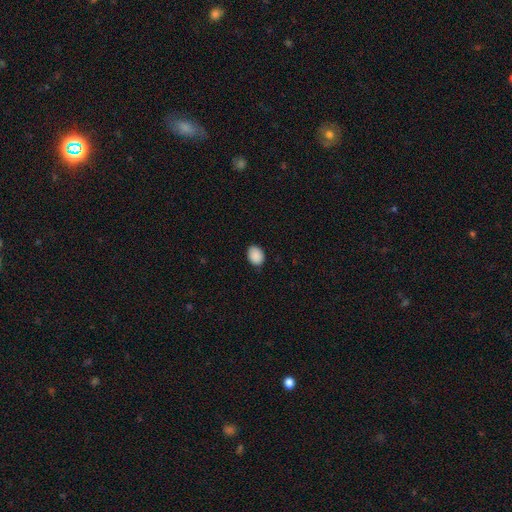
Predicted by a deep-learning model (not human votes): smooth 90%, star or artifact 7%, featured or disk 3%. Down the decision tree: how rounded — in between (69%); merging — none (86%).